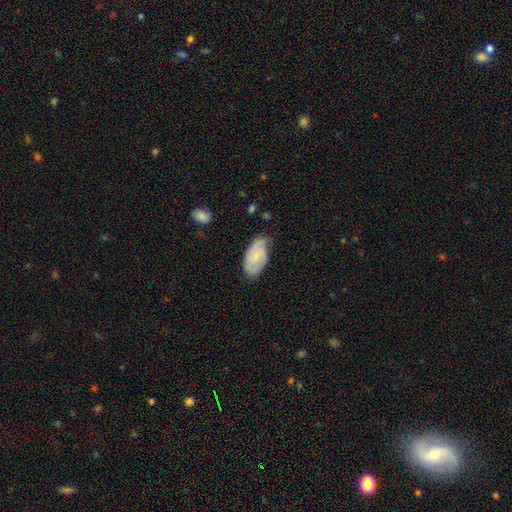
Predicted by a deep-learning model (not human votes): Smooth or featured?
  - featured or disk: 57% *
  - smooth: 37%
  - star or artifact: 6%
Edge-on disk?
  - no: 95% *
  - yes: 5%
Bar?
  - no: 66% *
  - weak: 29%
  - strong: 5%
Spiral arms?
  - yes: 86% *
  - no: 14%
Bulge size?
  - small: 66% *
  - moderate: 22%
  - none: 10%
  - large: 1%
  - dominant: 1%
Merging?
  - none: 63% *
  - minor disturbance: 28%
  - major disturbance: 7%
  - merger: 1%